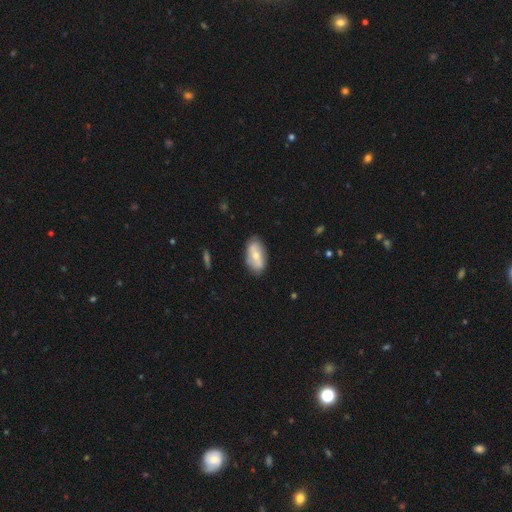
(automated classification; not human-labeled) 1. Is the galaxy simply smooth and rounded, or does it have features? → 50% smooth, 43% featured or disk, 6% star or artifact.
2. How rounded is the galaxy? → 91% in between, 5% round, 5% cigar-shaped.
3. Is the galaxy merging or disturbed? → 82% none, 13% minor disturbance, 3% major disturbance, 2% merger.